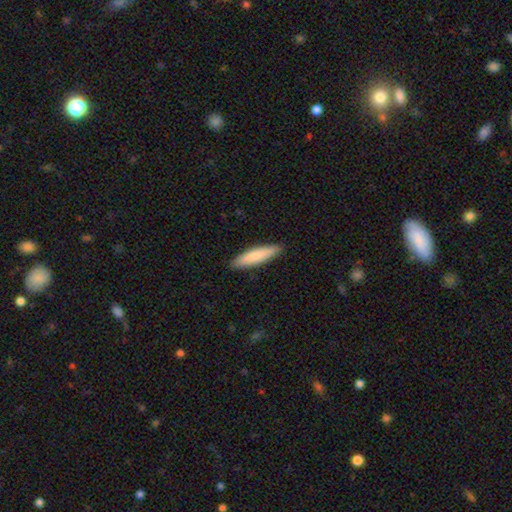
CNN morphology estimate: This is clearly a smooth galaxy (80%). How rounded: clearly cigar-shaped (82%). Merging: clearly none (90%).